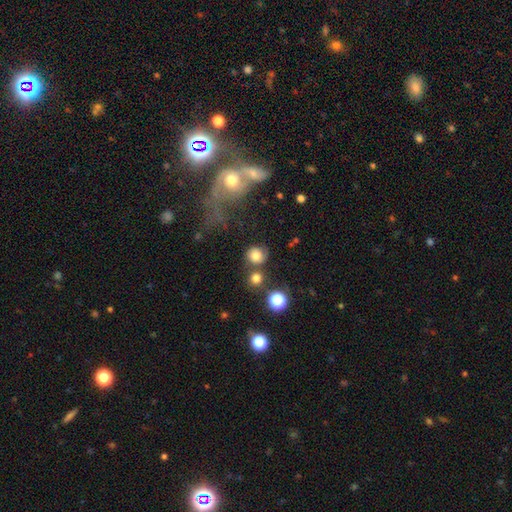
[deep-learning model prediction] A smooth galaxy with no disk features (74%) that is round (86%). Merging: none (67%).